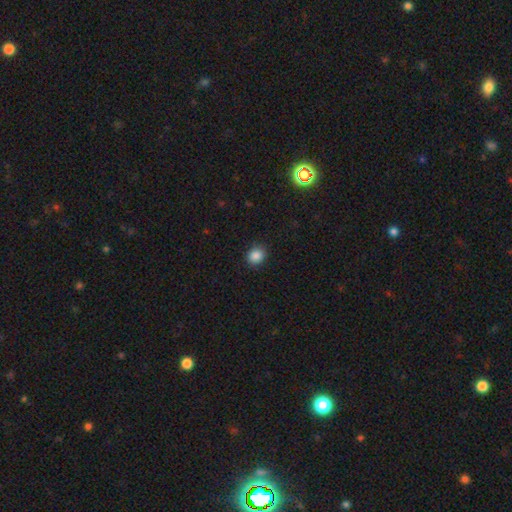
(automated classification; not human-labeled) This is clearly a smooth galaxy (87%). How rounded: likely round (67%). Merging: clearly none (88%).